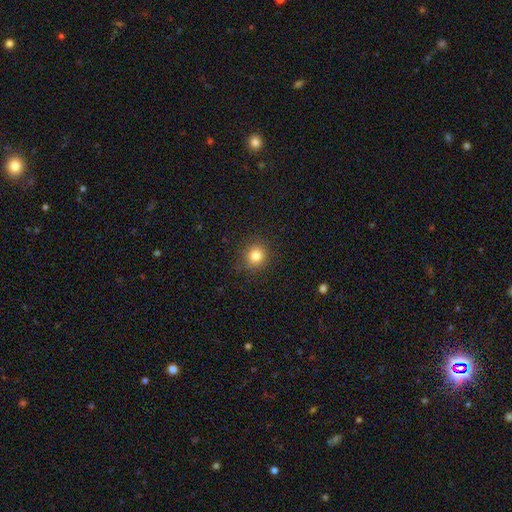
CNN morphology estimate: A smooth galaxy with no disk features (82%) that is round (87%).

Vote fractions:
- Smooth or featured? smooth: 82% / star or artifact: 12% / featured or disk: 6%
- How rounded? round: 87% / in between: 12% / cigar-shaped: 1%
- Merging? none: 87% / minor disturbance: 9% / major disturbance: 3% / merger: 1%